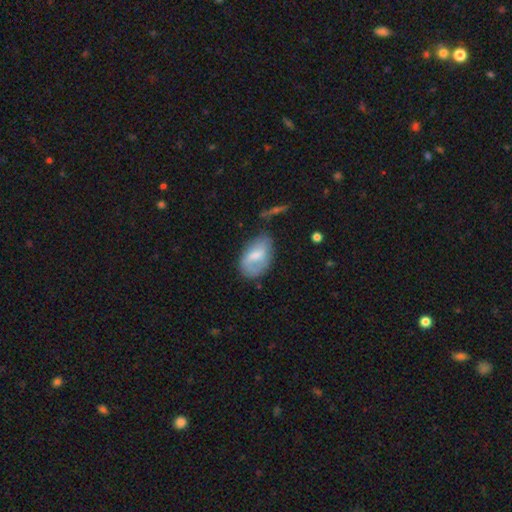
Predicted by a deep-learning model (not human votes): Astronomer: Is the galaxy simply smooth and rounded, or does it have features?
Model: smooth — 60%.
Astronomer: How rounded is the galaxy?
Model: in between — 89%.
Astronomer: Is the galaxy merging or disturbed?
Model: none — 56%.